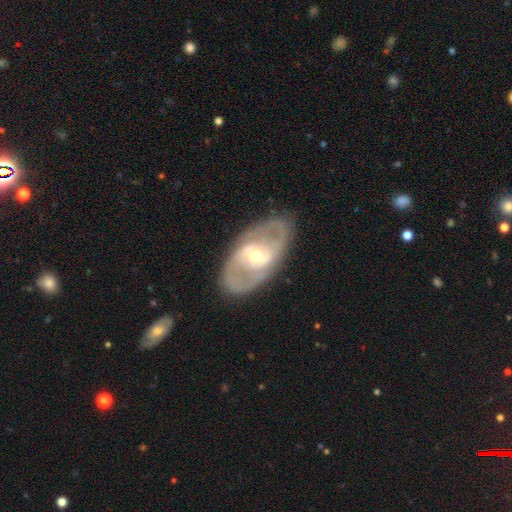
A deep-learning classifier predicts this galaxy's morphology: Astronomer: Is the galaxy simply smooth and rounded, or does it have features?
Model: featured or disk — 82%.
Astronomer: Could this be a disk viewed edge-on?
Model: no — 93%.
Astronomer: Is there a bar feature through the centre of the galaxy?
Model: weak — 43% (runner-up: no, 31%).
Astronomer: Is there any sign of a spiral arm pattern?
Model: yes — 81%.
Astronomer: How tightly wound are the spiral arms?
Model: medium — 46% (runner-up: tight, 34%).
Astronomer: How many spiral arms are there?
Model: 2 — 79%.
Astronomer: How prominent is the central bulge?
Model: moderate — 52% (runner-up: small, 43%).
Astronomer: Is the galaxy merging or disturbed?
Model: none — 83%.